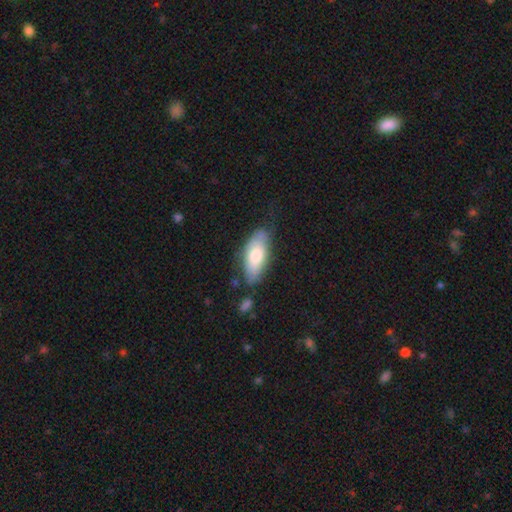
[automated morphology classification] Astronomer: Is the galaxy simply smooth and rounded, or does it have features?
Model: smooth — 70%.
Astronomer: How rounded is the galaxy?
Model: in between — 83%.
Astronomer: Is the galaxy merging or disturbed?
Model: none — 64%.